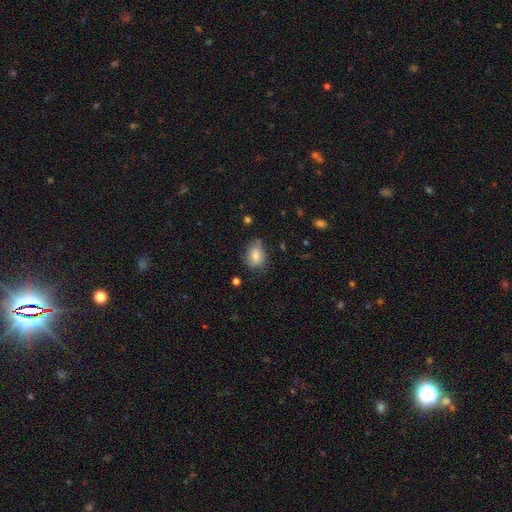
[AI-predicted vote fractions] This is likely a smooth galaxy (80%). How rounded: likely in between (67%). Merging: likely none (63%).